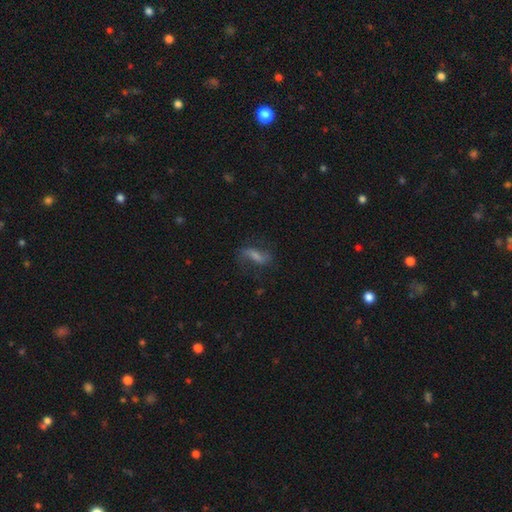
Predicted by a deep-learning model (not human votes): Morphology: type=featured or disk (52%); edge-on=no (84%); merging=none (69%).